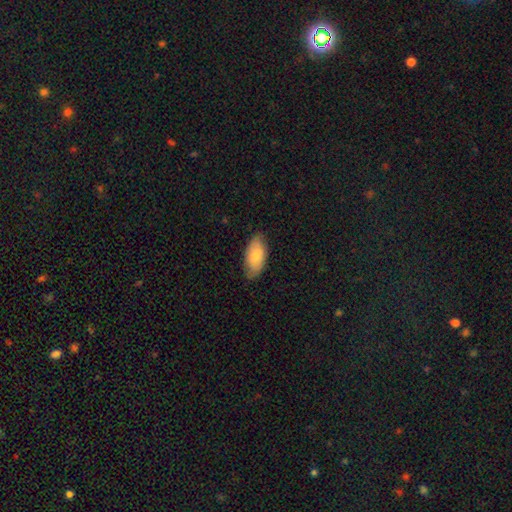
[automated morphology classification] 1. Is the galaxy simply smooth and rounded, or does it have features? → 79% smooth, 15% featured or disk, 5% star or artifact.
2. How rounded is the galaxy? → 93% in between, 5% cigar-shaped, 2% round.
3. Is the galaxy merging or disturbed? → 80% none, 16% minor disturbance, 3% major disturbance, 1% merger.